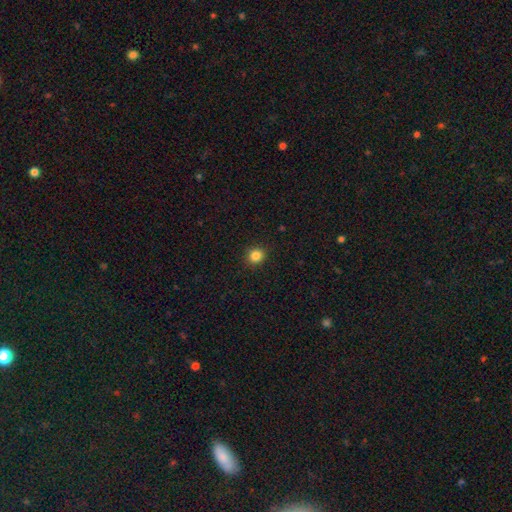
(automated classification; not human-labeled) Smooth or featured?
  - smooth: 85% *
  - star or artifact: 11%
  - featured or disk: 4%
How rounded?
  - round: 86% *
  - in between: 13%
  - cigar-shaped: 1%
Merging?
  - none: 91% *
  - minor disturbance: 6%
  - major disturbance: 2%
  - merger: 1%